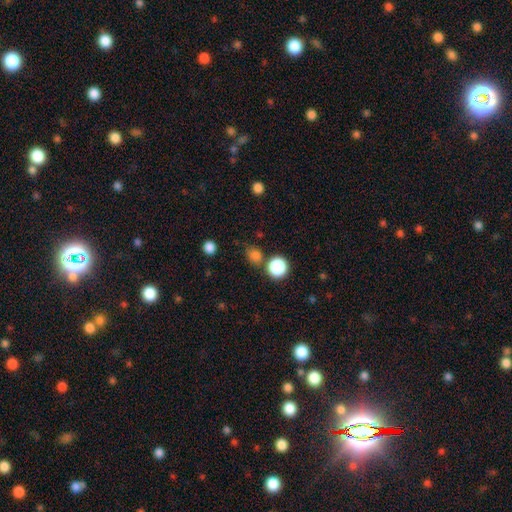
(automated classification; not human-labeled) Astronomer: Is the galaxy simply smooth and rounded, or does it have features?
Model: smooth — 74%.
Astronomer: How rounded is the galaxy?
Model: round — 76%.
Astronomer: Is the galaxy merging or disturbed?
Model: none — 74%.